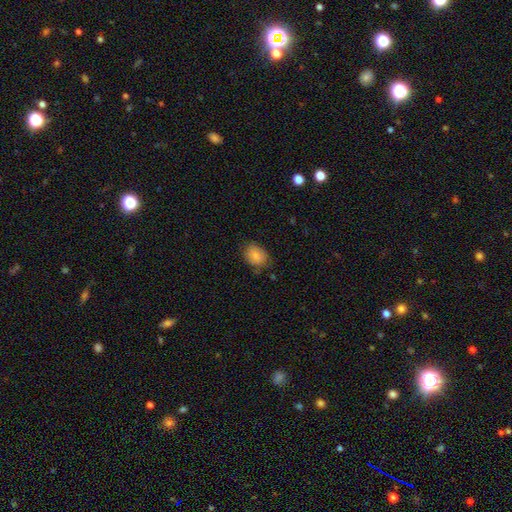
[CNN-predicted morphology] A smooth galaxy with no disk features (83%) that is in between round and cigar-shaped (54%). Merging: none (73%).